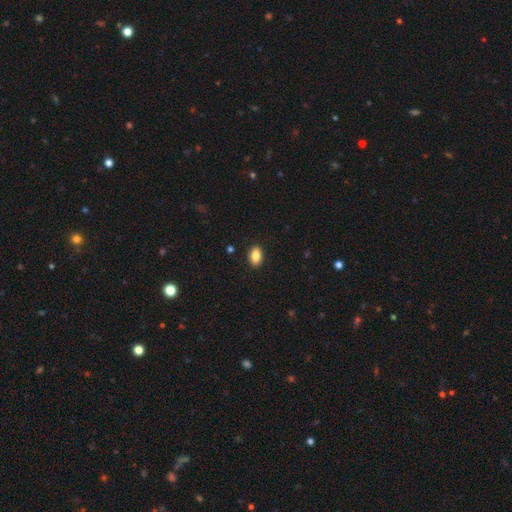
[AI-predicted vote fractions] The model was most divided on "how rounded": in between: 87%, round: 12%, cigar-shaped: 2%. More confident: merging — none (90%); smooth or featured — smooth (85%).